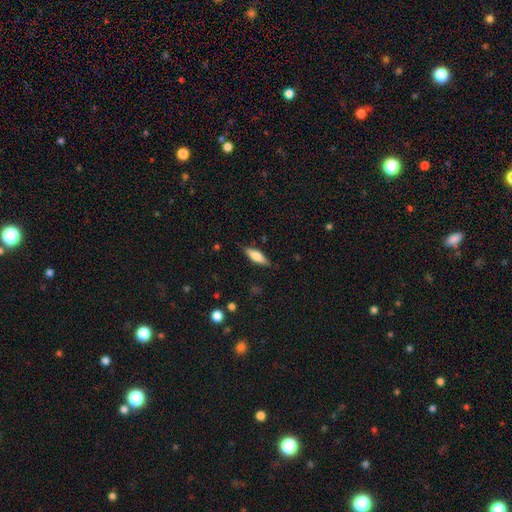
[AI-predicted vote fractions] smooth 68%, featured or disk 25%, star or artifact 6%. Down the decision tree: how rounded — in between (50%); merging — none (85%).